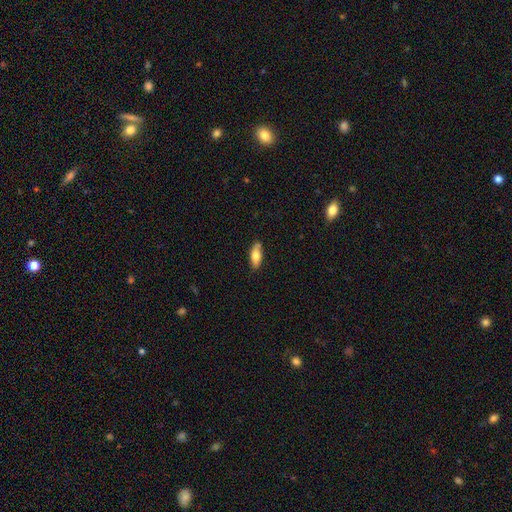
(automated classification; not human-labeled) This appears to be a smooth galaxy with no disk features (74%) that is in between round and cigar-shaped (78%). Merging: none (83%).